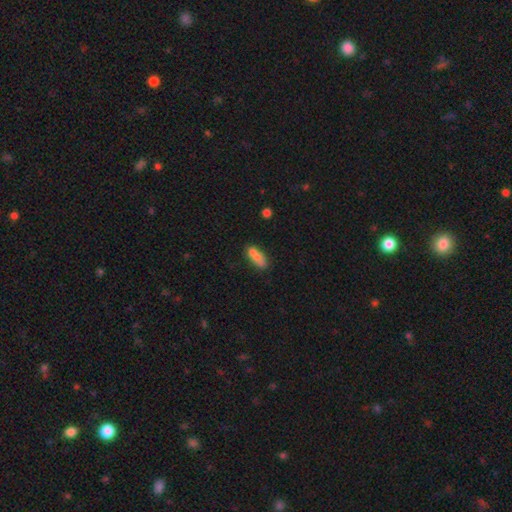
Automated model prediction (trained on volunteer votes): Smooth or featured? Predicted: smooth (p=0.68). How rounded? Predicted: in between (p=0.72). Merging? Predicted: merger (p=0.41).